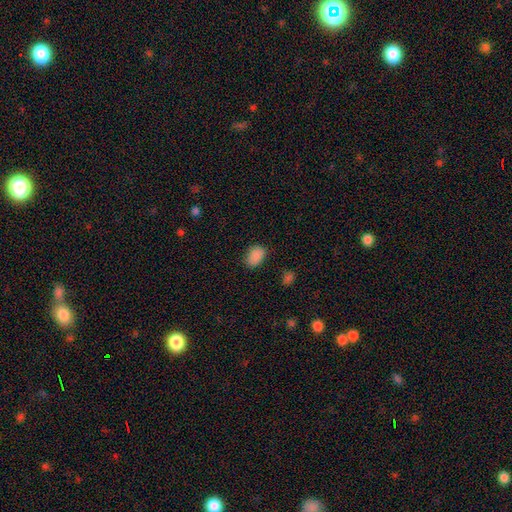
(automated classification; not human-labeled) Smooth or featured: smooth — 88% (star or artifact — 9%)
How rounded: in between — 84% (round — 15%)
Merging: none — 83% (minor disturbance — 12%)